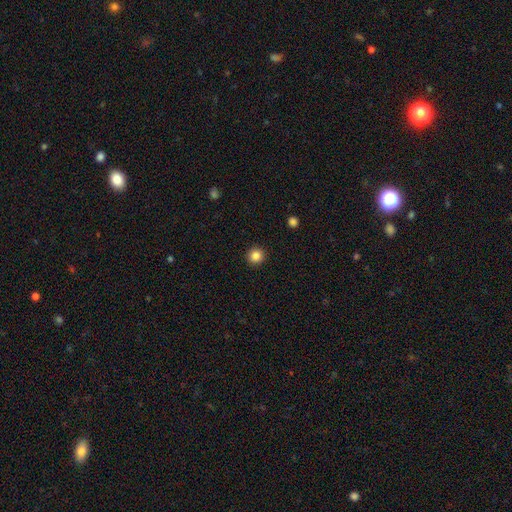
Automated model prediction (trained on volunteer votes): Morphology: type=smooth (85%); roundness=round (92%); merging=none (92%).